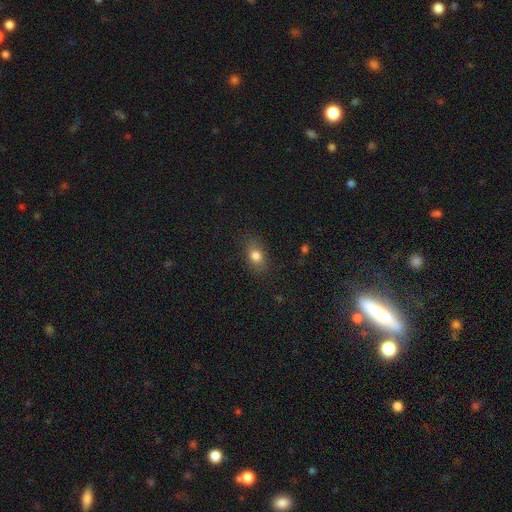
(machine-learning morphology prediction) This appears to be a smooth galaxy with no disk features (80%) that is in between round and cigar-shaped (71%). Merging: none (84%).